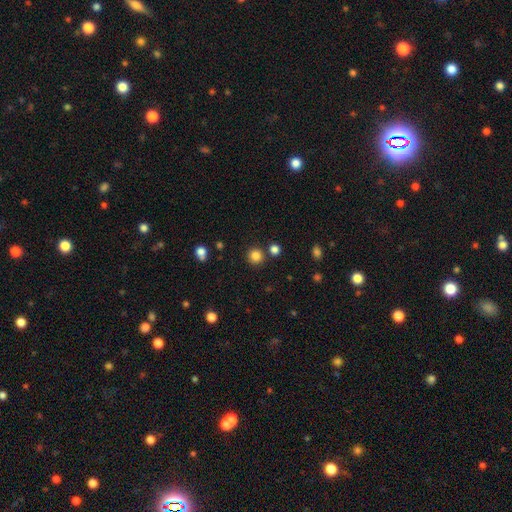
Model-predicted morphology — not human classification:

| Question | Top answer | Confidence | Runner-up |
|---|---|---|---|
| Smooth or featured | smooth | 83% | star or artifact (13%) |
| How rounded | round | 93% | in between (6%) |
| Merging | none | 84% | merger (7%) |